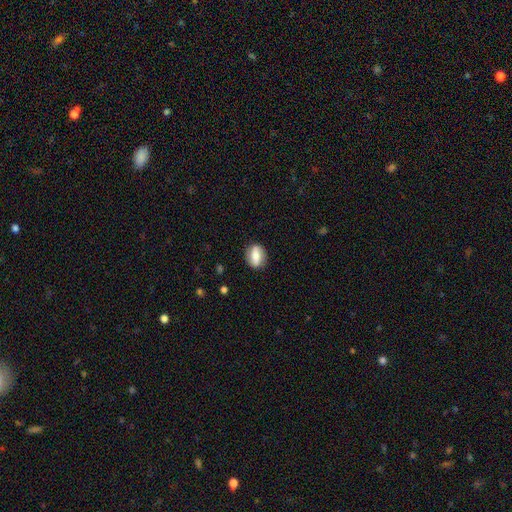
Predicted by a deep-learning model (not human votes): smooth_or_featured: smooth (p=0.57) [alt: featured or disk p=0.36]
how_rounded: in between (p=0.68) [alt: round p=0.27]
merging: none (p=0.85) [alt: minor disturbance p=0.11]